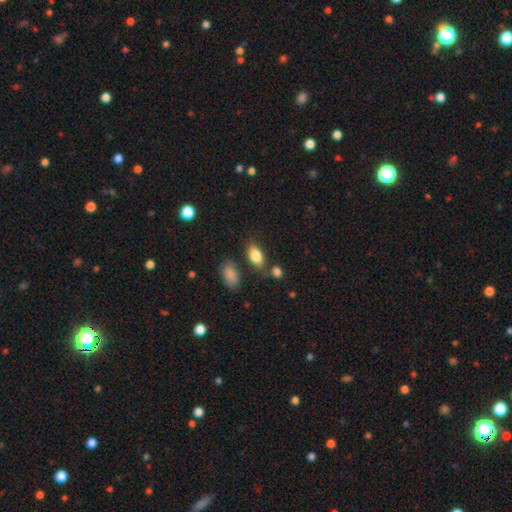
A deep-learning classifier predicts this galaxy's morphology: Smooth or featured?
  - smooth: 86% *
  - star or artifact: 8%
  - featured or disk: 7%
How rounded?
  - in between: 90% *
  - round: 6%
  - cigar-shaped: 4%
Merging?
  - none: 71% *
  - minor disturbance: 15%
  - merger: 10%
  - major disturbance: 4%